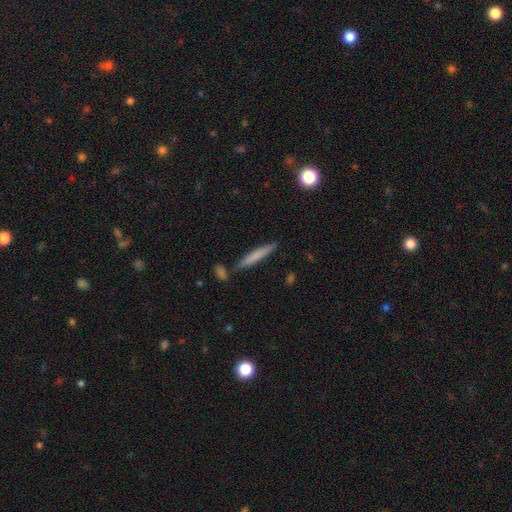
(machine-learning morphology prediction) smooth_or_featured: smooth (p=0.70) [alt: featured or disk p=0.24]
how_rounded: cigar-shaped (p=0.94) [alt: in between p=0.04]
merging: none (p=0.81) [alt: minor disturbance p=0.10]